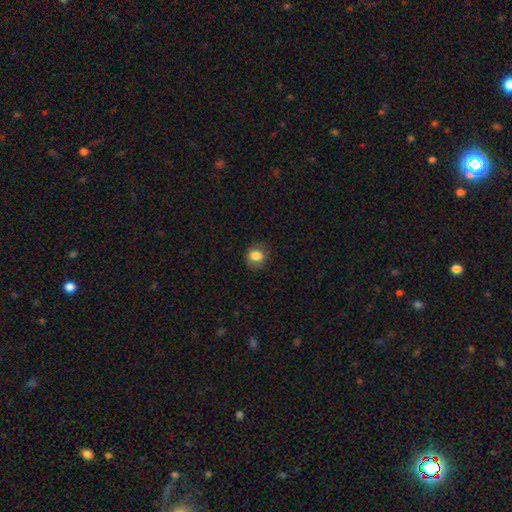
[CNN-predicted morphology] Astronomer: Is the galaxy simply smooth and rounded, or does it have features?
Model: smooth — 81%.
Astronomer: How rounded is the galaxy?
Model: round — 61% (runner-up: in between, 38%).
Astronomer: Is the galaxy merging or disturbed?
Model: none — 79%.